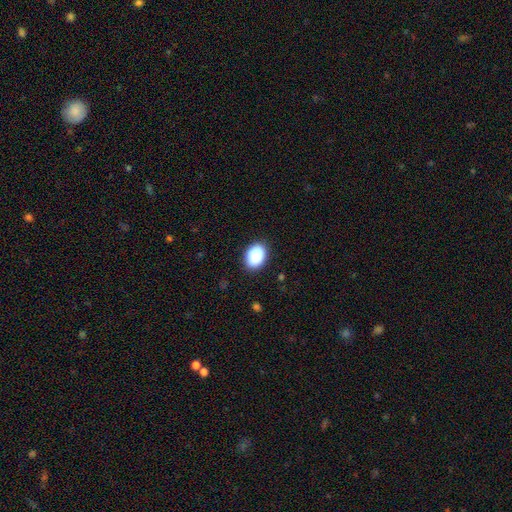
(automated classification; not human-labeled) Smooth or featured: smooth — 90% (star or artifact — 7%)
How rounded: in between — 79% (round — 20%)
Merging: none — 88% (minor disturbance — 9%)